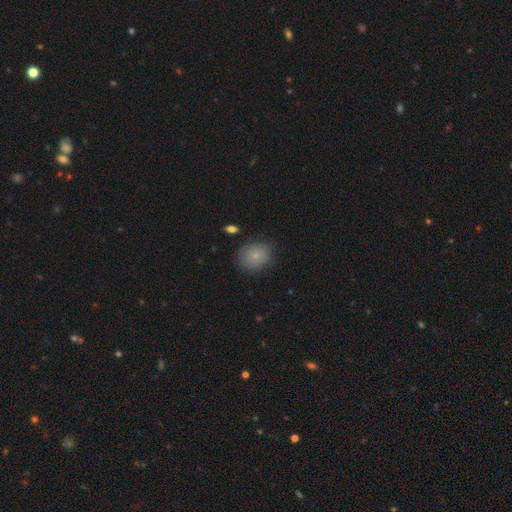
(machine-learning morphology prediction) A smooth galaxy with no disk features (81%) that is round (56%).

Vote fractions:
- Smooth or featured? smooth: 81% / featured or disk: 10% / star or artifact: 9%
- How rounded? round: 56% / in between: 43% / cigar-shaped: 1%
- Merging? none: 79% / minor disturbance: 15% / major disturbance: 4% / merger: 2%